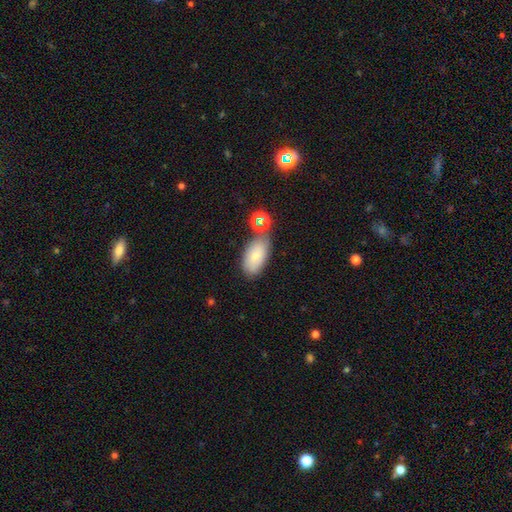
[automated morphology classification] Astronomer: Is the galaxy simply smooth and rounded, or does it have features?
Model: smooth — 75%.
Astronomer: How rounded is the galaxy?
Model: in between — 93%.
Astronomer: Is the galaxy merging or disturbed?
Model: none — 63%.